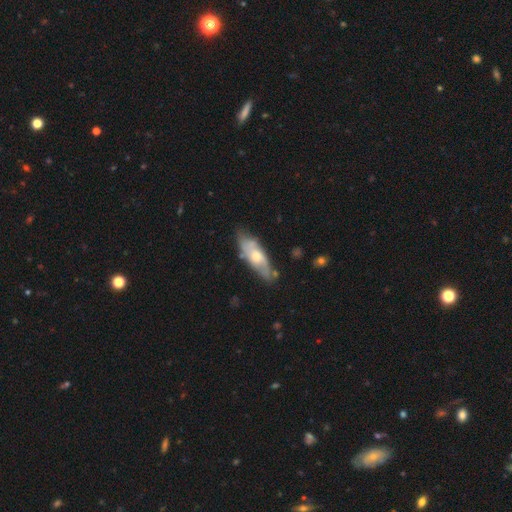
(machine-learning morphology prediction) smooth_or_featured: featured or disk (p=0.53) [alt: smooth p=0.42]
disk_edge_on: no (p=0.73) [alt: yes p=0.27]
merging: none (p=0.67) [alt: minor disturbance p=0.23]